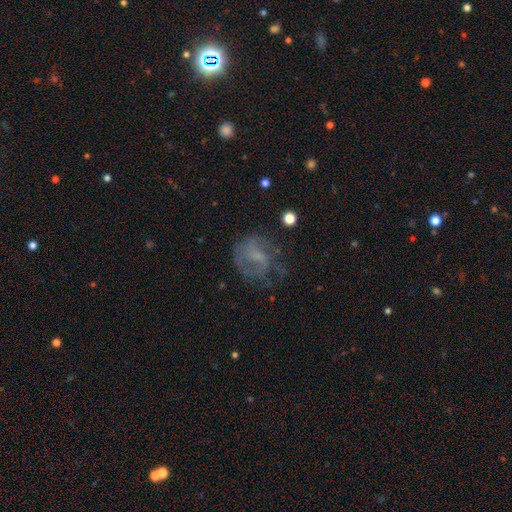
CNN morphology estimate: Smooth or featured? featured or disk (52%)
Edge-on disk? no (97%)
Bar? no (54%)
Spiral arms? yes (60%)
Bulge size? small (40%)
Merging? none (50%)